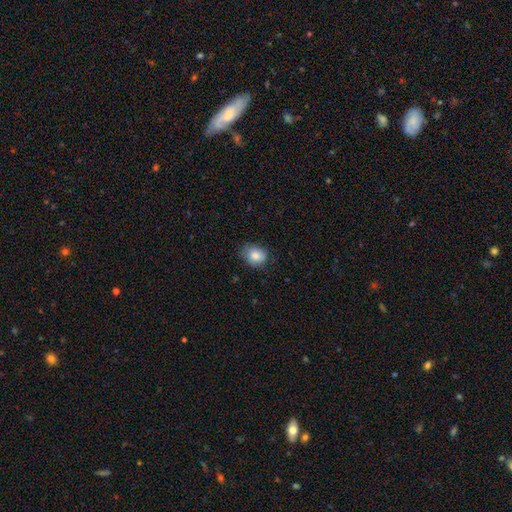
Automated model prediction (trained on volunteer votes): Smooth or featured? smooth (83%)
How rounded? round (59%)
Merging? none (73%)